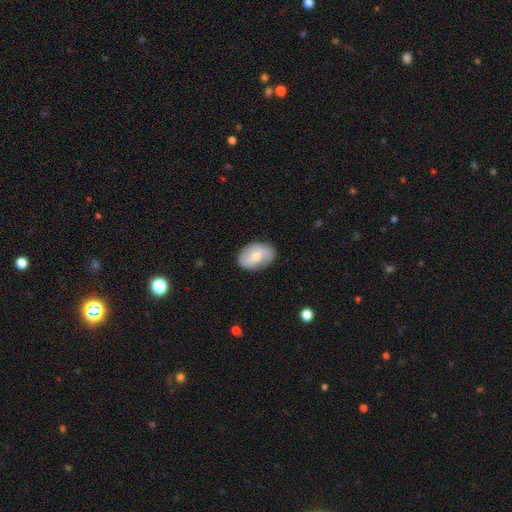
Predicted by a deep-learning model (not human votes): smooth-or-featured: smooth: 54% | featured or disk: 40% | star or artifact: 6%
  how-rounded: in between: 86% | round: 12% | cigar-shaped: 1%
  merging: none: 84% | minor disturbance: 12% | major disturbance: 3% | merger: 1%